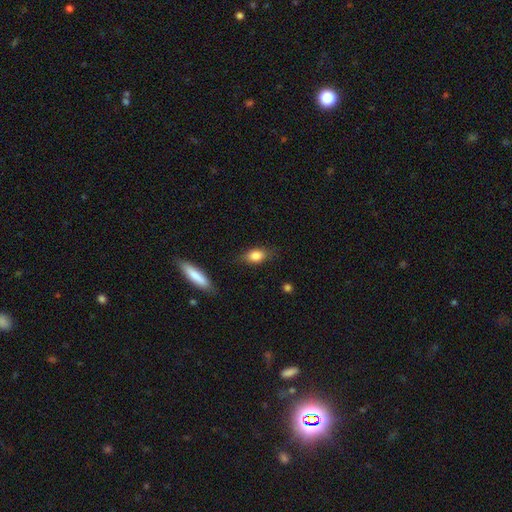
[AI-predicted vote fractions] Smooth or featured? smooth (81%)
How rounded? in between (80%)
Merging? none (75%)